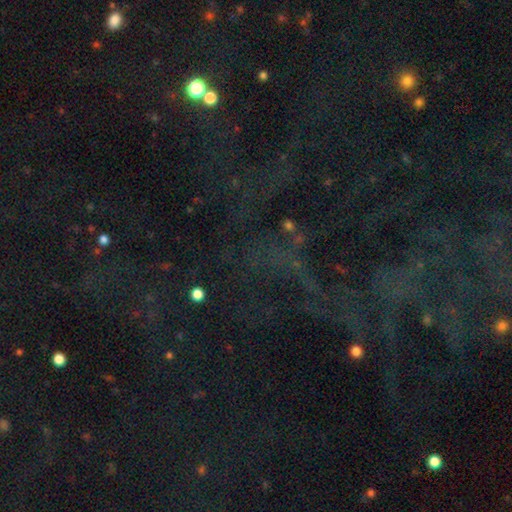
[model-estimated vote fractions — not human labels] Smooth or featured: star or artifact — 74% (smooth — 14%)